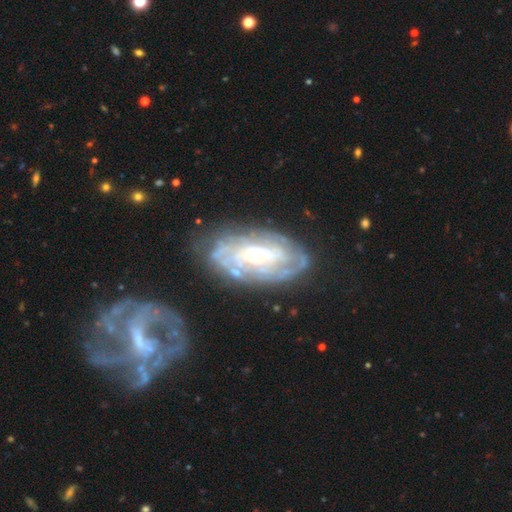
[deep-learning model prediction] Q: Smooth or featured?
A: featured or disk (79%); runner-up: smooth (15%)
Q: Edge-on disk?
A: no (93%); runner-up: yes (7%)
Q: Bar?
A: no (71%); runner-up: weak (22%)
Q: Spiral arms?
A: yes (84%); runner-up: no (16%)
Q: Spiral winding?
A: tight (72%); runner-up: medium (21%)
Q: Spiral arm count?
A: can't tell (55%); runner-up: 2 (12%)
Q: Bulge size?
A: small (77%); runner-up: moderate (17%)
Q: Merging?
A: none (66%); runner-up: minor disturbance (19%)